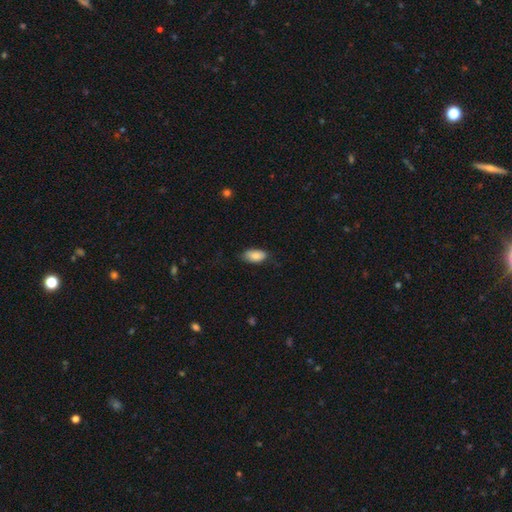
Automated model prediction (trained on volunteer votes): smooth_or_featured: smooth (p=0.86) [alt: featured or disk p=0.07]
how_rounded: in between (p=0.93) [alt: cigar-shaped p=0.04]
merging: none (p=0.71) [alt: minor disturbance p=0.23]